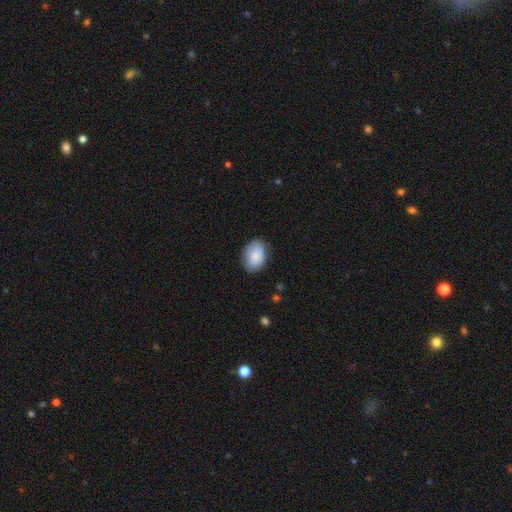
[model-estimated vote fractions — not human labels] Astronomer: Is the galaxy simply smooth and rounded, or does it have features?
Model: smooth — 80%.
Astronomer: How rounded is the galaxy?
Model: in between — 77%.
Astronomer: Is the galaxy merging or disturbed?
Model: none — 76%.